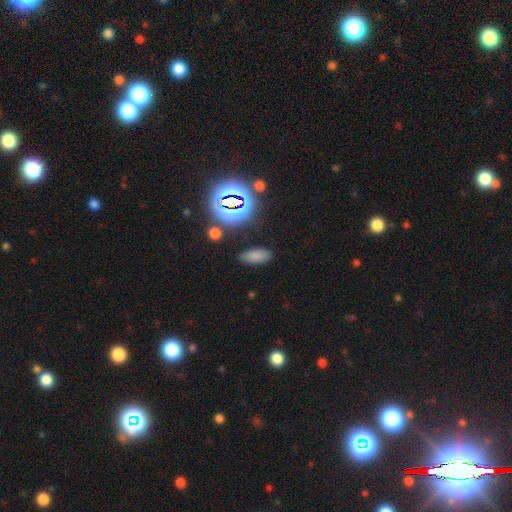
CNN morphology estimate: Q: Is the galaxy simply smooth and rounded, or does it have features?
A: smooth — 72%.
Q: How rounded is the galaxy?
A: in between — 86%.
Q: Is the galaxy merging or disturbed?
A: none — 84%.